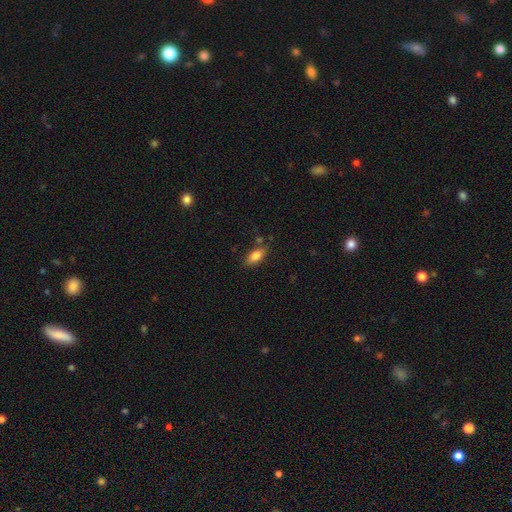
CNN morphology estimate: A smooth galaxy with no disk features (83%) that is in between round and cigar-shaped (85%).

Vote fractions:
- Smooth or featured? smooth: 83% / featured or disk: 9% / star or artifact: 8%
- How rounded? in between: 85% / cigar-shaped: 12% / round: 3%
- Merging? none: 76% / minor disturbance: 15% / merger: 5% / major disturbance: 4%